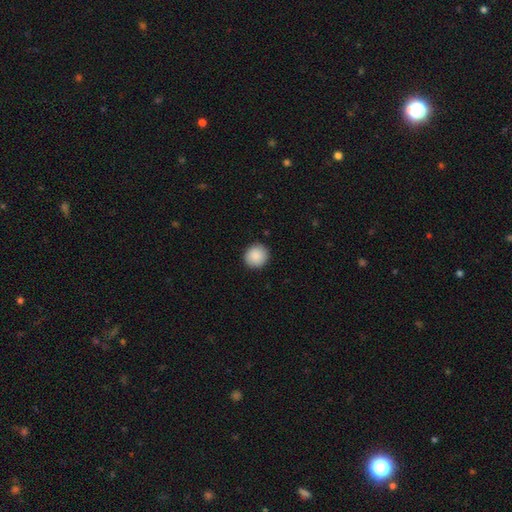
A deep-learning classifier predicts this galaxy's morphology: The model was most divided on "how rounded": round: 90%, in between: 9%, cigar-shaped: 1%. More confident: merging — none (91%); smooth or featured — smooth (89%).